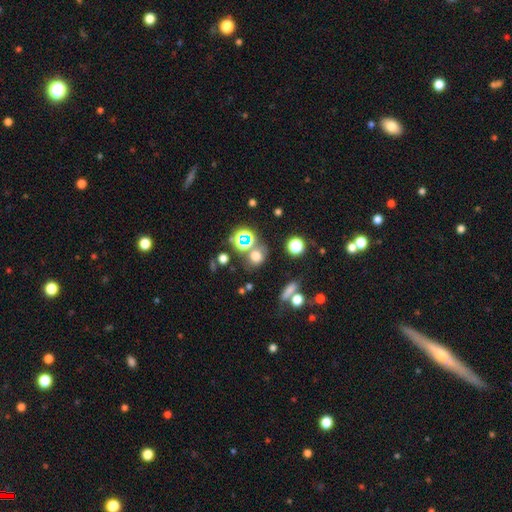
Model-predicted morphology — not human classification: smooth-or-featured: smooth: 58% | star or artifact: 32% | featured or disk: 10%
  how-rounded: round: 68% | in between: 30% | cigar-shaped: 2%
  merging: none: 65% | merger: 18% | minor disturbance: 11% | major disturbance: 6%